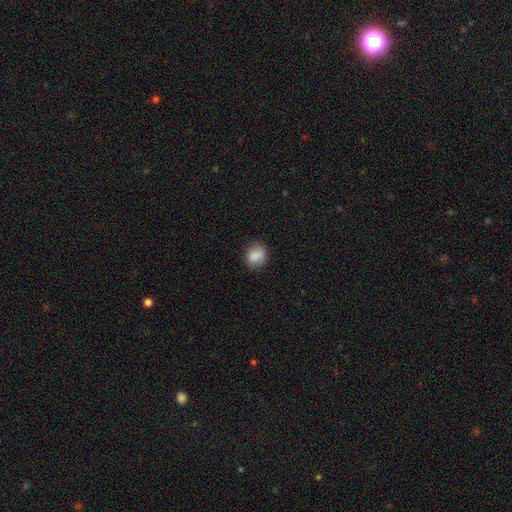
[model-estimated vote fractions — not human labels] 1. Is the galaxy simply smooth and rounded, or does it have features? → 88% smooth, 8% star or artifact, 4% featured or disk.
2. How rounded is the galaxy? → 71% round, 28% in between, 1% cigar-shaped.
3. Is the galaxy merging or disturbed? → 85% none, 11% minor disturbance, 3% major disturbance, 1% merger.